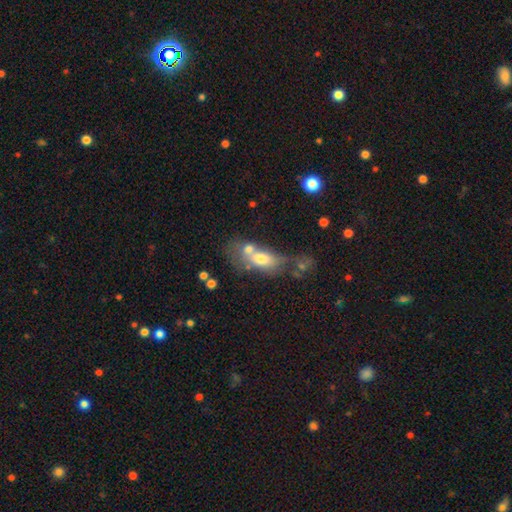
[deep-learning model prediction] Morphology: type=smooth (57%); roundness=in between (70%); merging=merger (53%).